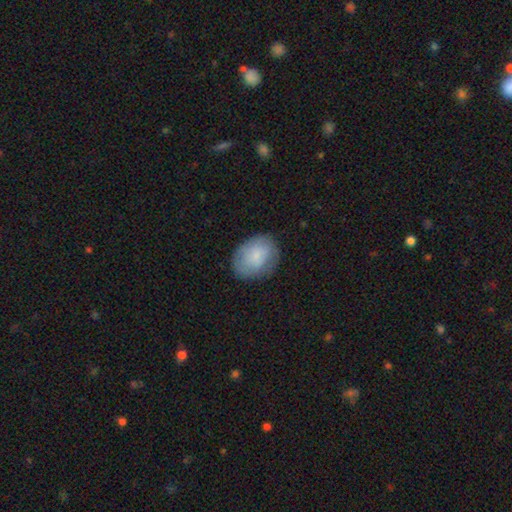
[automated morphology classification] A smooth galaxy with no disk features (75%) that is in between round and cigar-shaped (64%).

Vote fractions:
- Smooth or featured? smooth: 75% / featured or disk: 18% / star or artifact: 7%
- How rounded? in between: 64% / round: 35% / cigar-shaped: 1%
- Merging? none: 75% / minor disturbance: 18% / major disturbance: 5% / merger: 1%